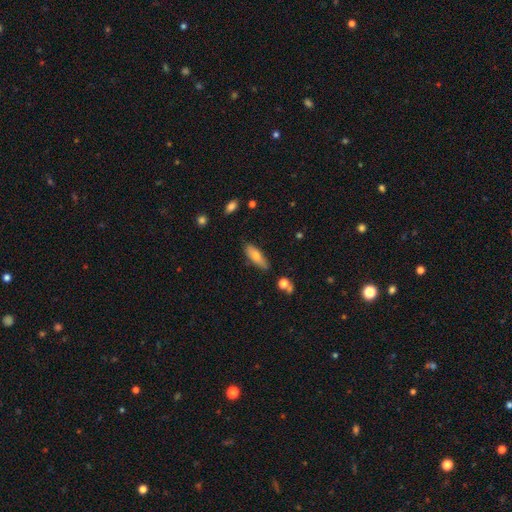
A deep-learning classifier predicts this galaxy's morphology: Q: Smooth or featured?
A: smooth (76%); runner-up: featured or disk (17%)
Q: How rounded?
A: in between (54%); runner-up: cigar-shaped (44%)
Q: Merging?
A: none (78%); runner-up: minor disturbance (17%)